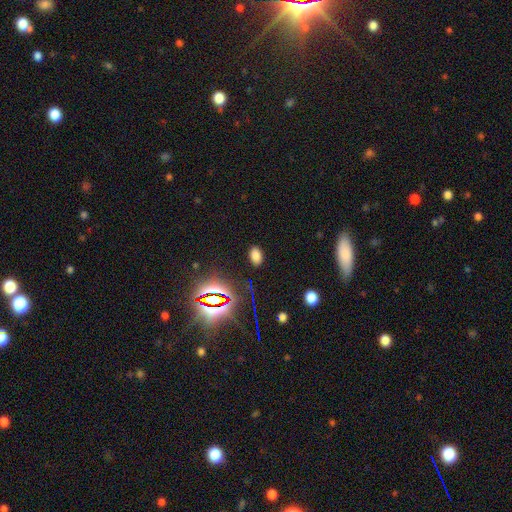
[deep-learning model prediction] Smooth or featured? smooth (70%)
How rounded? in between (90%)
Merging? none (88%)